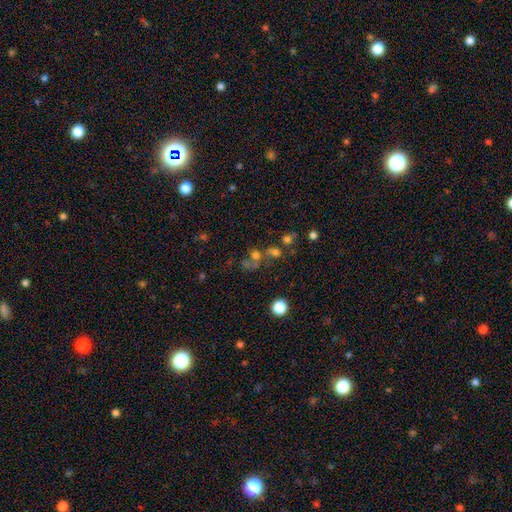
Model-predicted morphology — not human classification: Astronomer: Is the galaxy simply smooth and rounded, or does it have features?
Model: smooth — 41% (runner-up: star or artifact, 39%).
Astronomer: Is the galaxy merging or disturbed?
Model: none — 41% (runner-up: merger, 40%).